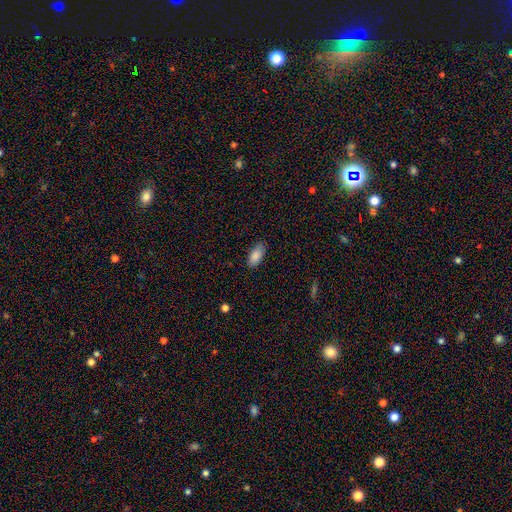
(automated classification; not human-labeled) Smooth or featured?
  - smooth: 87% *
  - star or artifact: 7%
  - featured or disk: 6%
How rounded?
  - in between: 88% *
  - cigar-shaped: 10%
  - round: 2%
Merging?
  - none: 84% *
  - minor disturbance: 12%
  - major disturbance: 2%
  - merger: 1%